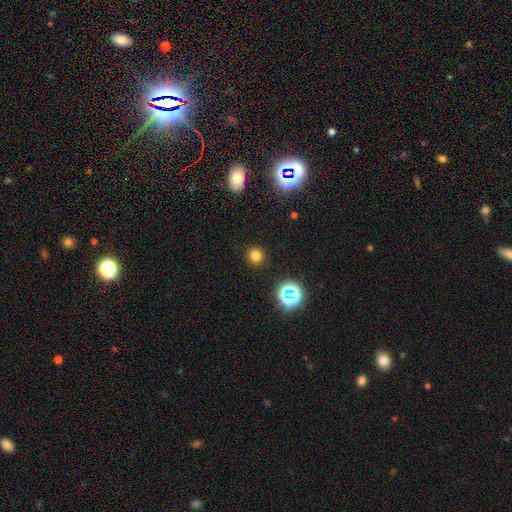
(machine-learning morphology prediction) A smooth galaxy with no disk features (75%) that is round (91%). Merging: none (90%).